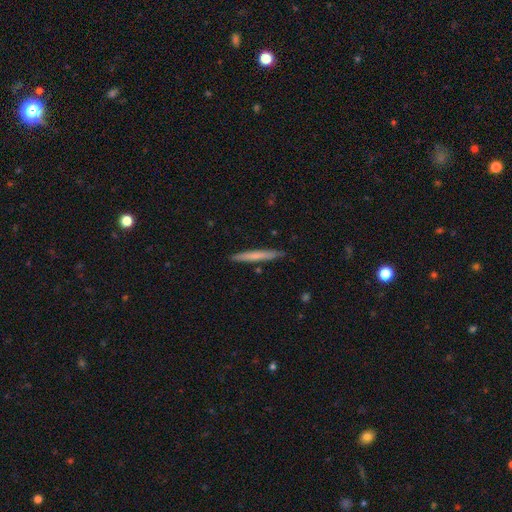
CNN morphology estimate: Overall: smooth (65%; featured or disk 29%). How rounded: cigar-shaped (96%). Merging: none (89%).